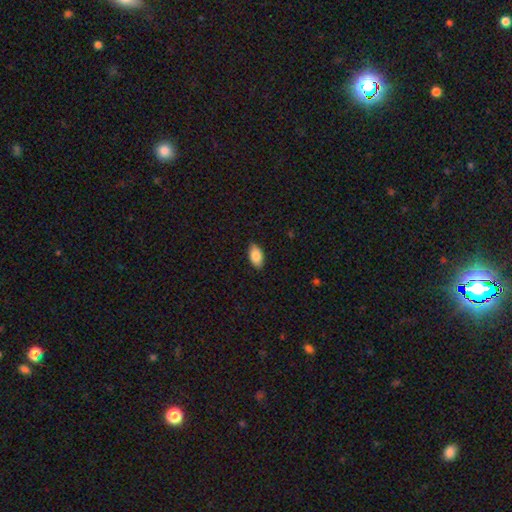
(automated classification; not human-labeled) smooth_or_featured: smooth (p=0.86) [alt: featured or disk p=0.08]
how_rounded: in between (p=0.94) [alt: round p=0.03]
merging: none (p=0.88) [alt: minor disturbance p=0.09]